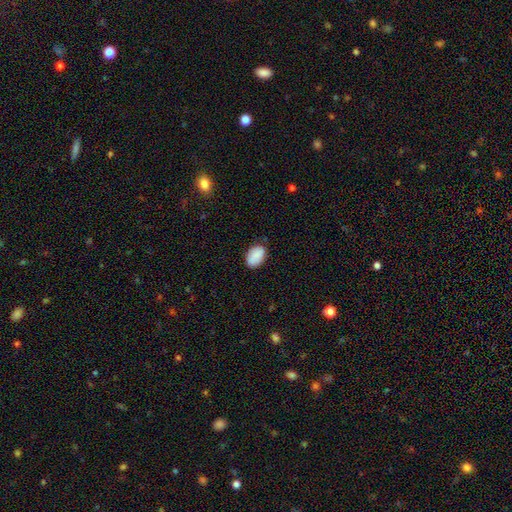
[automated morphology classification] Smooth or featured?
  - smooth: 87% *
  - star or artifact: 7%
  - featured or disk: 6%
How rounded?
  - in between: 90% *
  - round: 9%
  - cigar-shaped: 1%
Merging?
  - none: 77% *
  - minor disturbance: 18%
  - major disturbance: 3%
  - merger: 2%